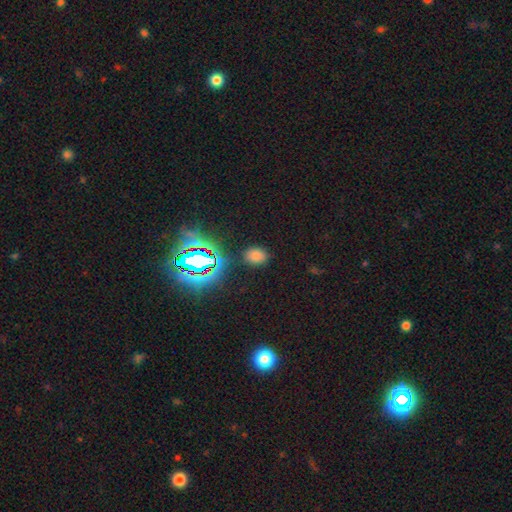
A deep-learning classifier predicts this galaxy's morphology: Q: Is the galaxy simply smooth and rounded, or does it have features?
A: smooth — 69%.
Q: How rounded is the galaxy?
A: in between — 54%.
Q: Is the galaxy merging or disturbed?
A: none — 82%.